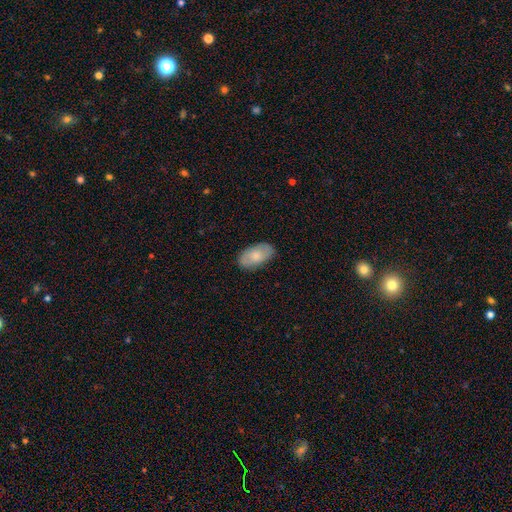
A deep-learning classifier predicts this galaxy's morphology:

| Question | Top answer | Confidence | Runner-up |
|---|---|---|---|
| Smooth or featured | smooth | 73% | featured or disk (21%) |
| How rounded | in between | 94% | round (4%) |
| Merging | none | 85% | minor disturbance (12%) |